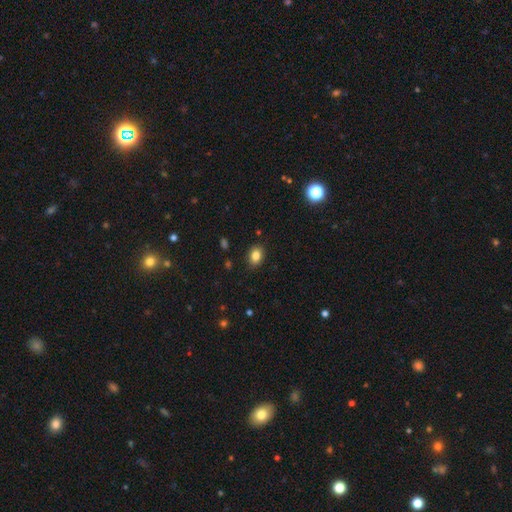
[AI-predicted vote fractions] smooth_or_featured: smooth (p=0.83) [alt: star or artifact p=0.10]
how_rounded: in between (p=0.67) [alt: round p=0.32]
merging: none (p=0.86) [alt: minor disturbance p=0.11]